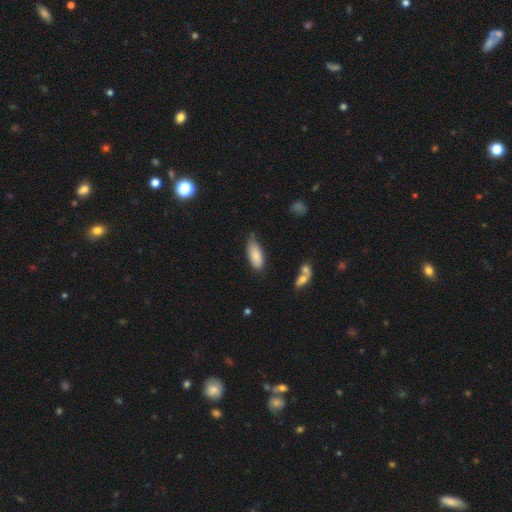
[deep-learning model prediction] Smooth or featured: smooth — 85% (featured or disk — 9%)
How rounded: in between — 82% (cigar-shaped — 16%)
Merging: none — 61% (minor disturbance — 31%)